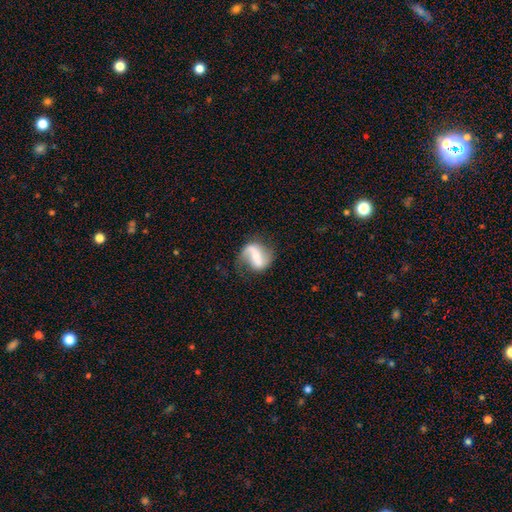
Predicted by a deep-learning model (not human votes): Smooth or featured? featured or disk (75%)
Edge-on disk? no (96%)
Bar? strong (40%)
Spiral arms? yes (89%)
Spiral winding? loose (61%)
Spiral arm count? 2 (81%)
Bulge size? moderate (45%)
Merging? none (62%)